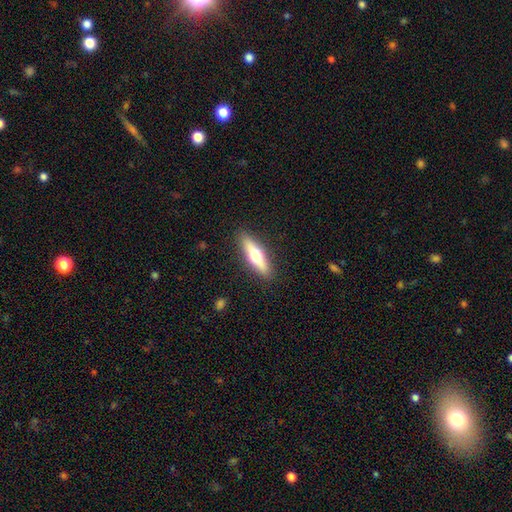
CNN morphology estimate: This appears to be a featured or disk galaxy (49%). Merging: none (89%).